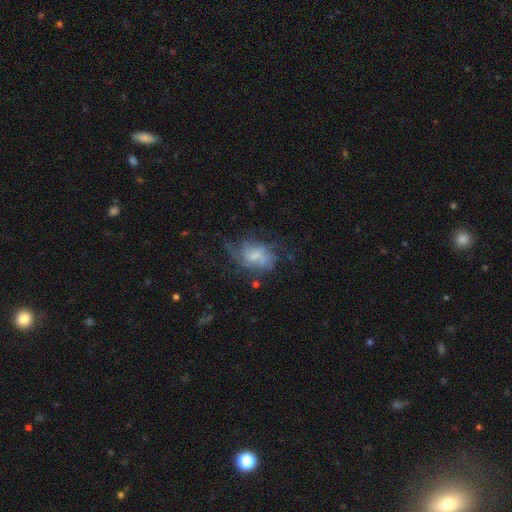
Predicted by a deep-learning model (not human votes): The model was most divided on "bulge size": small: 35%, moderate: 34%, none: 22%, large: 8%, dominant: 2%. Remaining: edge-on disk — no (97%); spiral arms — yes (72%); smooth or featured — featured or disk (60%); bar — no (48%); merging — none (46%).